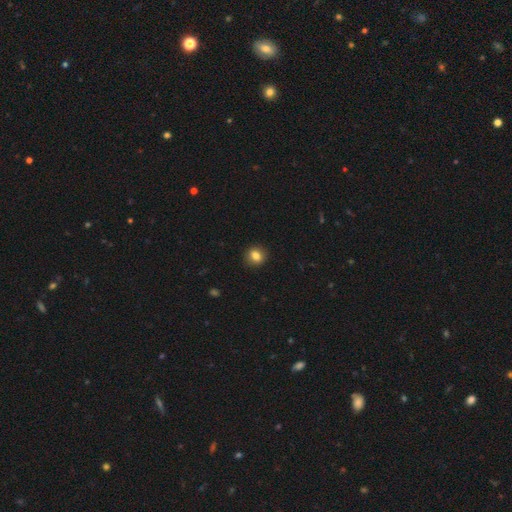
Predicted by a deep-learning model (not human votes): Overall: smooth (83%). How rounded: round (73%). Merging: none (89%).